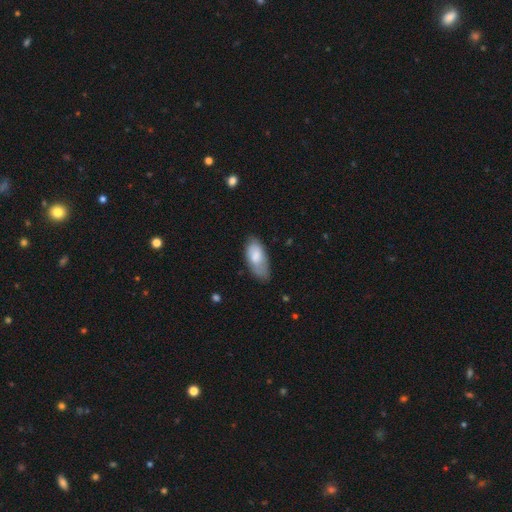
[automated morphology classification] Smooth or featured? smooth (77%)
How rounded? in between (88%)
Merging? none (55%)